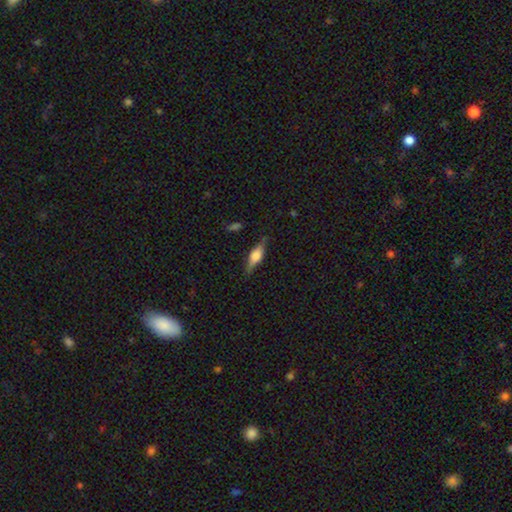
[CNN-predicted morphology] This appears to be a featured or disk galaxy (53%) viewed edge-on (94%). Merging: none (82%).